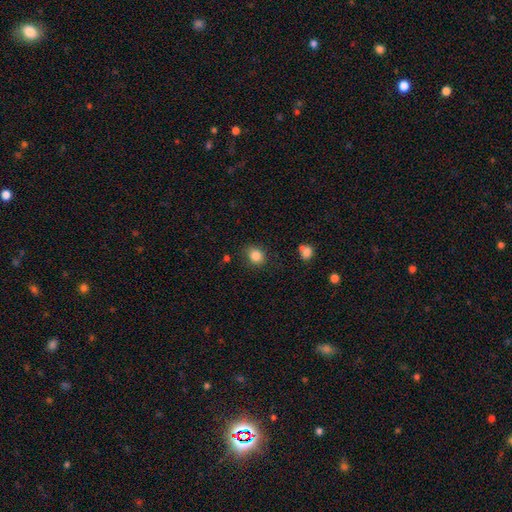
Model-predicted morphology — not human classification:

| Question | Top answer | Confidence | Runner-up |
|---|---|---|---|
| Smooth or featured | smooth | 84% | star or artifact (10%) |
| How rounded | round | 66% | in between (33%) |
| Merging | none | 80% | minor disturbance (14%) |